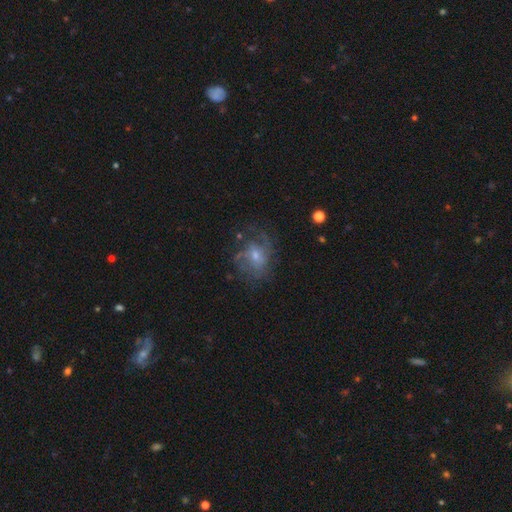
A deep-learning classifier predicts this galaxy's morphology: The model was most divided on "spiral winding": medium: 43%, tight: 29%, loose: 28%. Remaining: edge-on disk — no (97%); spiral arms — yes (77%); smooth or featured — featured or disk (69%); bulge size — small (58%); bar — no (57%); merging — none (53%); spiral arm count — can't tell (42%).